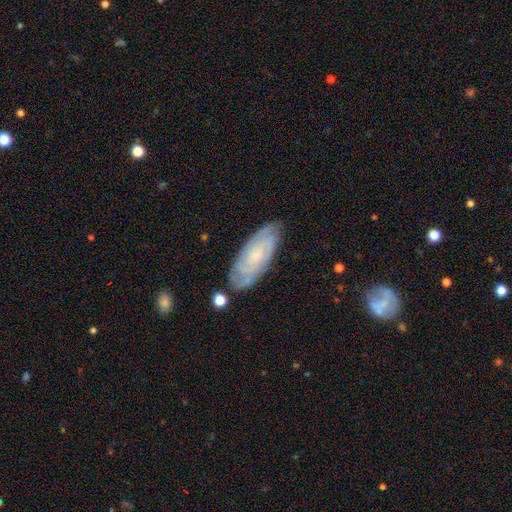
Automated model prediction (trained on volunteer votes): A featured or disk galaxy (73%) with no bar (66%), tight (70%) spiral arms (94%) and a small central bulge (56%). Merging: none (78%).